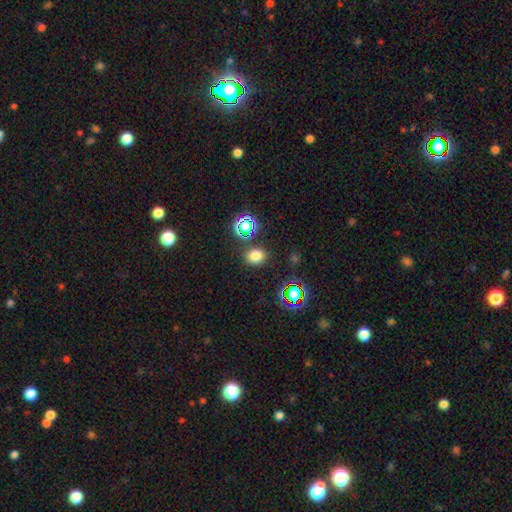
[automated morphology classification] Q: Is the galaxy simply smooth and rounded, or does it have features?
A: smooth — 73%.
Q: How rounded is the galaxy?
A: round — 59%.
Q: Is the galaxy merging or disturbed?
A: none — 83%.